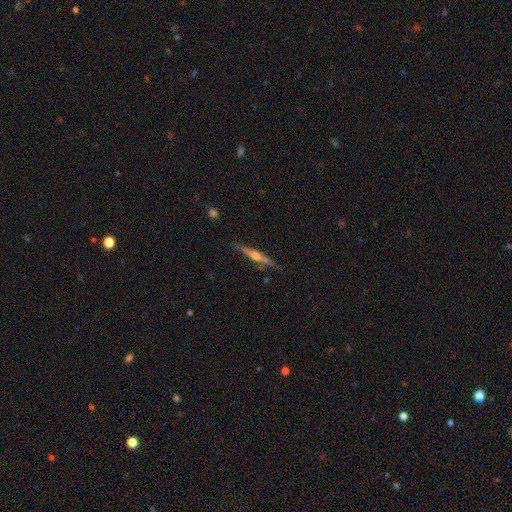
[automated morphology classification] featured or disk 76%, smooth 18%, star or artifact 6%. Down the decision tree: edge-on disk — yes (98%); edge-on bulge — rounded (89%); merging — none (84%).